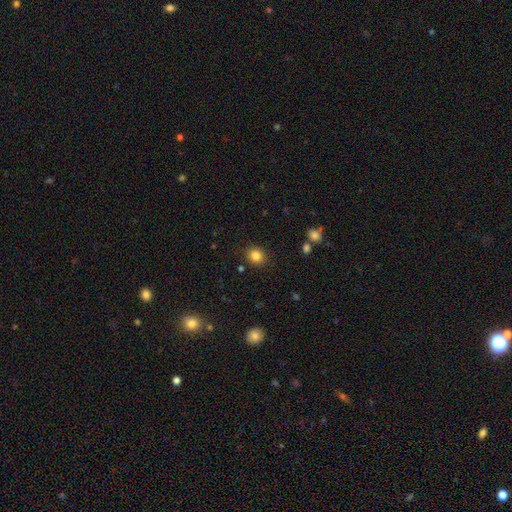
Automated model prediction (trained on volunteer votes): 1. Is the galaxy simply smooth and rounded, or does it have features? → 84% smooth, 11% star or artifact, 5% featured or disk.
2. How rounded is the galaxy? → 77% round, 23% in between, 1% cigar-shaped.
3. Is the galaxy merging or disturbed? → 87% none, 8% minor disturbance, 3% major disturbance, 2% merger.